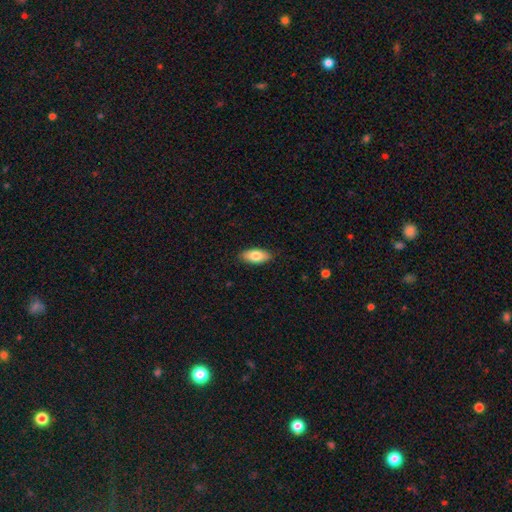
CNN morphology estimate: This is clearly a smooth galaxy (81%). How rounded: clearly in between (88%). Merging: clearly none (87%).